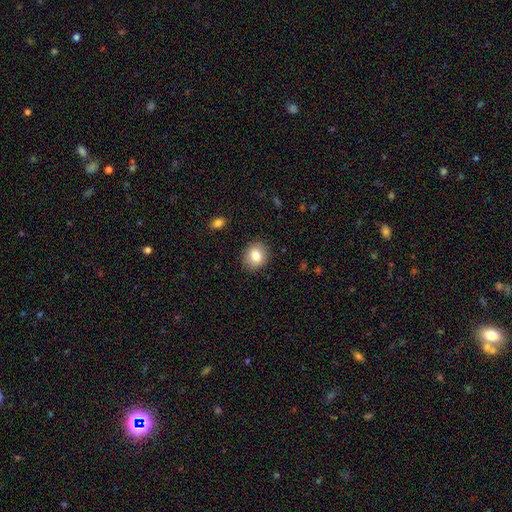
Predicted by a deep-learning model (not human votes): Smooth or featured? smooth (82%)
How rounded? round (69%)
Merging? none (89%)